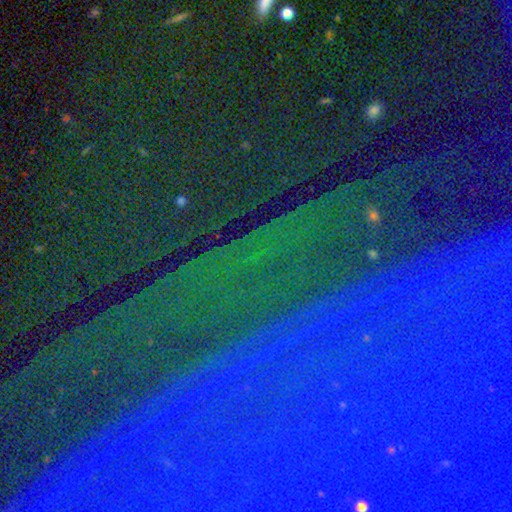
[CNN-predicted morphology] smooth_or_featured: star or artifact (p=0.88) [alt: featured or disk p=0.07]